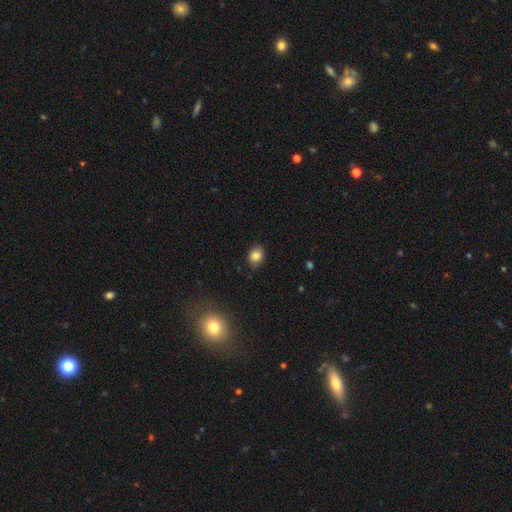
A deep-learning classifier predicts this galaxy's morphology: The model was most divided on "how rounded": in between: 55%, round: 44%, cigar-shaped: 1%. More confident: merging — none (87%); smooth or featured — smooth (83%).